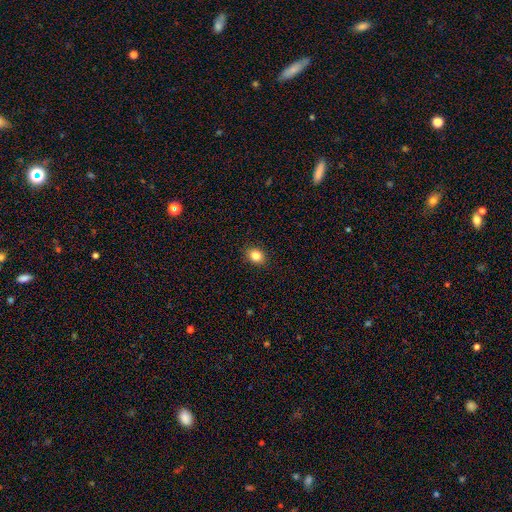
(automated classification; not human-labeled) Smooth or featured?
  - smooth: 85% *
  - star or artifact: 10%
  - featured or disk: 5%
How rounded?
  - in between: 51% *
  - round: 48%
  - cigar-shaped: 1%
Merging?
  - none: 90% *
  - minor disturbance: 8%
  - major disturbance: 2%
  - merger: 1%